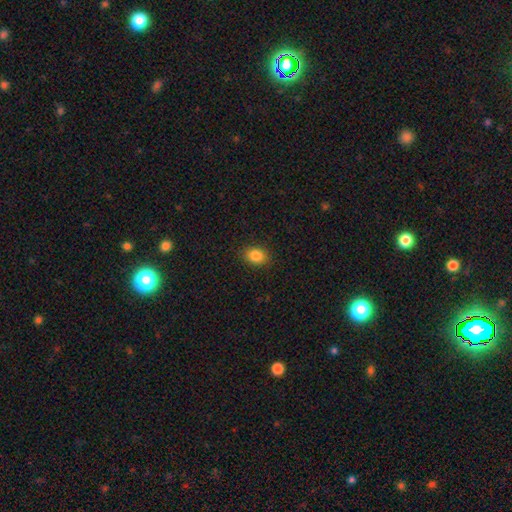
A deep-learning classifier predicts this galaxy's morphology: Q: Smooth or featured?
A: smooth (86%); runner-up: star or artifact (9%)
Q: How rounded?
A: in between (69%); runner-up: round (30%)
Q: Merging?
A: none (89%); runner-up: minor disturbance (8%)